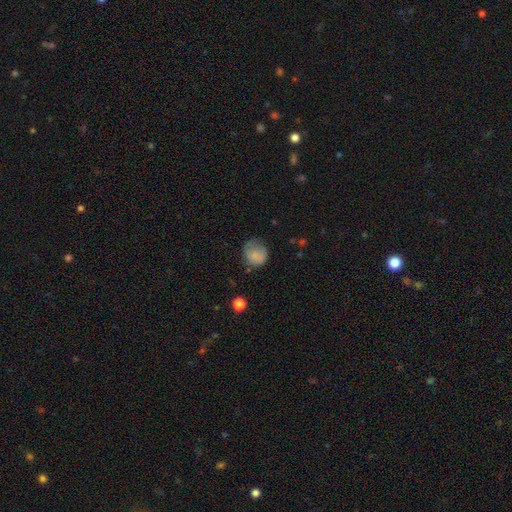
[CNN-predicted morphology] This appears to be a smooth galaxy with no disk features (78%) that is round (77%). Merging: none (54%).